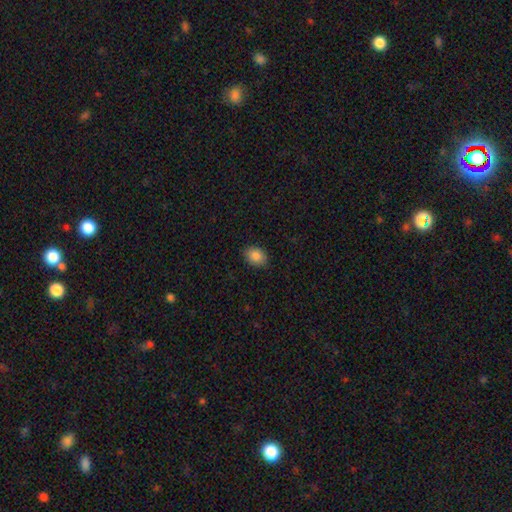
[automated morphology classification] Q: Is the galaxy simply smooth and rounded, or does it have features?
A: smooth — 86%.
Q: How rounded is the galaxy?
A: in between — 65%.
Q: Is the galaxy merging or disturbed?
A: none — 86%.